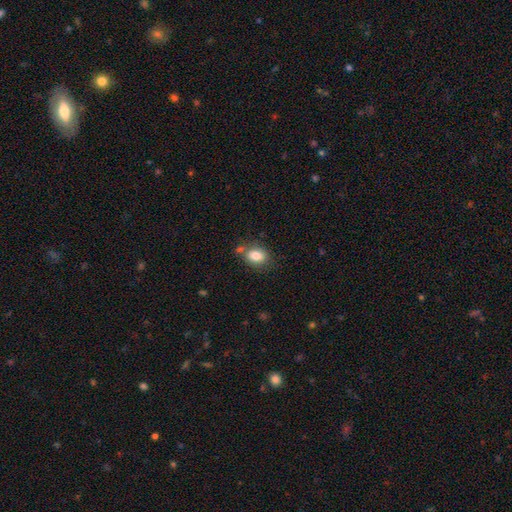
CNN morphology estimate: Smooth or featured?
  - smooth: 82% *
  - star or artifact: 9%
  - featured or disk: 9%
How rounded?
  - in between: 65% *
  - round: 34%
  - cigar-shaped: 1%
Merging?
  - none: 66% *
  - minor disturbance: 16%
  - merger: 13%
  - major disturbance: 4%